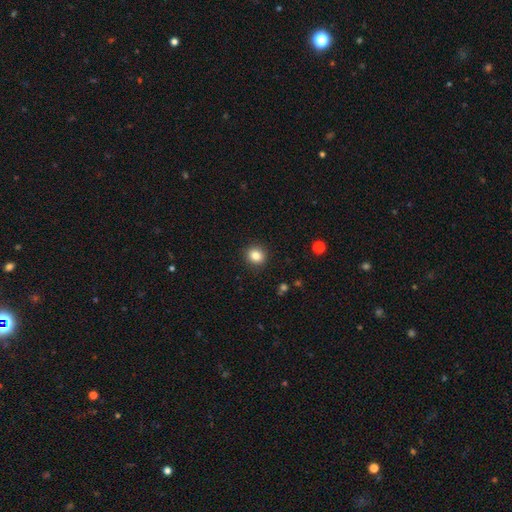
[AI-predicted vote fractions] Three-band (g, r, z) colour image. It shows a smooth galaxy with no disk features (84%) that is round (84%). Merging: none (91%).